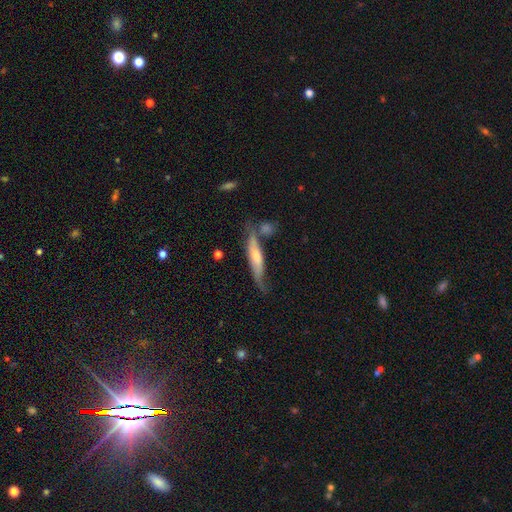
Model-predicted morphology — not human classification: Q: Smooth or featured?
A: featured or disk (48%); runner-up: smooth (46%)
Q: Merging?
A: none (51%); runner-up: minor disturbance (26%)